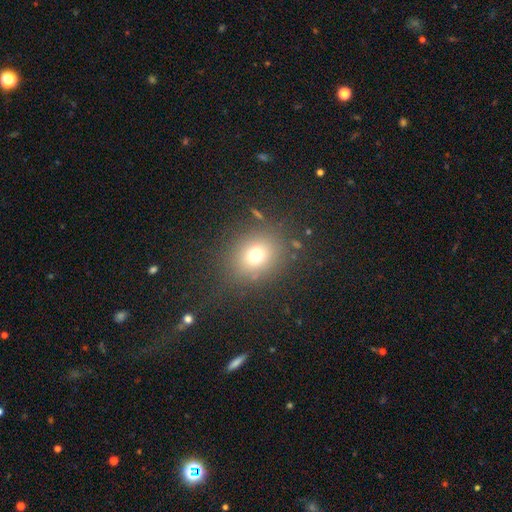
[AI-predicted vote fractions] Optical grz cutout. It shows a smooth galaxy with no disk features (70%) that is round (68%). Merging: none (81%).